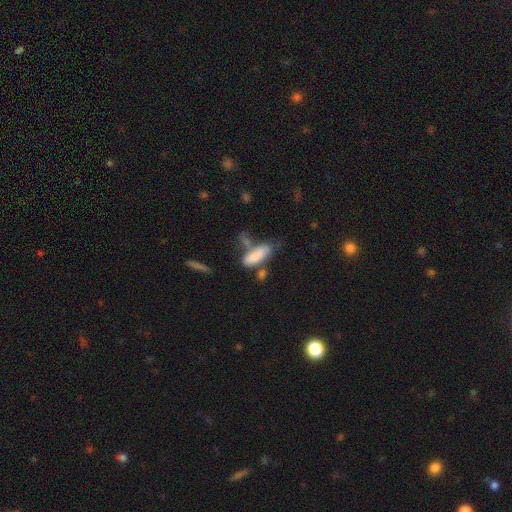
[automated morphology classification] The model was most divided on "merging": none: 38%, merger: 27%, minor disturbance: 22%, major disturbance: 13%. More confident: smooth or featured — smooth (79%); how rounded — in between (64%).